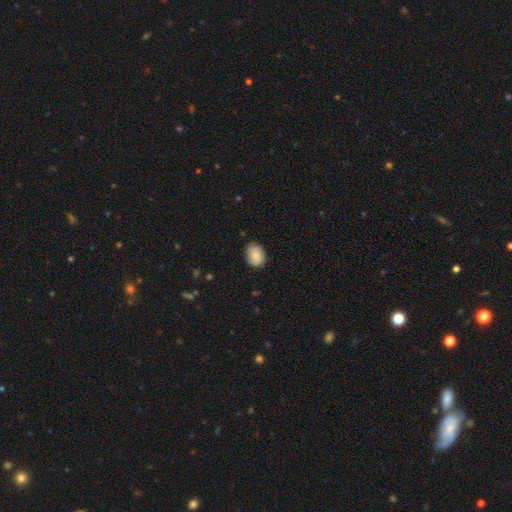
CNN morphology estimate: A smooth galaxy with no disk features (78%) that is in between round and cigar-shaped (54%).

Vote fractions:
- Smooth or featured? smooth: 78% / featured or disk: 15% / star or artifact: 7%
- How rounded? in between: 54% / round: 45% / cigar-shaped: 1%
- Merging? none: 75% / minor disturbance: 20% / major disturbance: 3% / merger: 1%